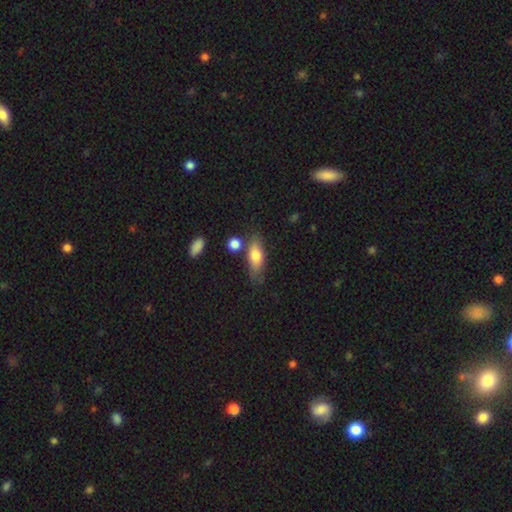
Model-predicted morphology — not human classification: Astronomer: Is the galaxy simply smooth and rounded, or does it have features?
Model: smooth — 71%.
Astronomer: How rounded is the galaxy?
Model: in between — 67%.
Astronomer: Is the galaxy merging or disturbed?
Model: none — 68%.